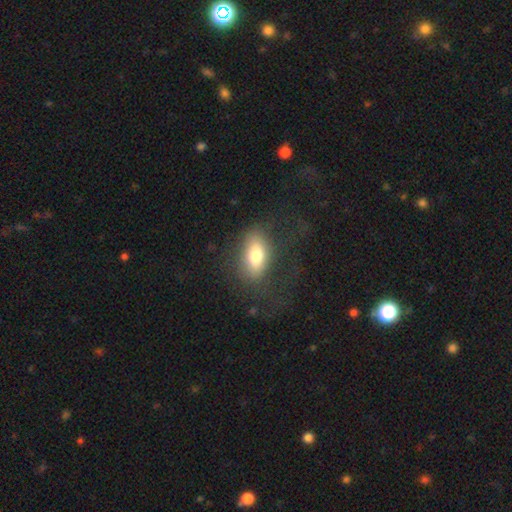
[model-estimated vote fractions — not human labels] smooth 72%, featured or disk 20%, star or artifact 9%. Down the decision tree: how rounded — in between (86%); merging — none (65%).